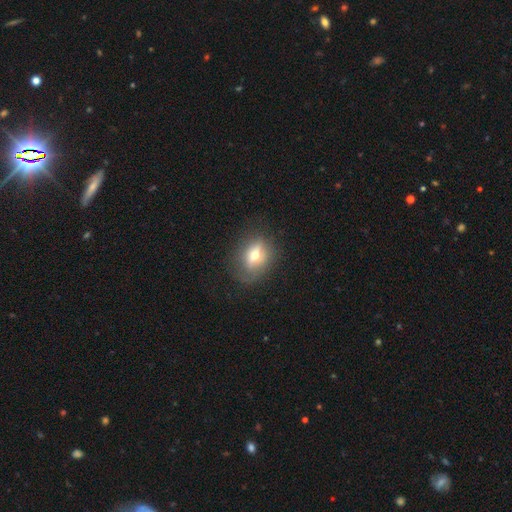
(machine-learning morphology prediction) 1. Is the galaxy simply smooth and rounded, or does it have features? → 54% smooth, 35% featured or disk, 11% star or artifact.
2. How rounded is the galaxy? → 54% in between, 42% round, 4% cigar-shaped.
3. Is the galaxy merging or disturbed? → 69% none, 20% minor disturbance, 9% major disturbance, 2% merger.